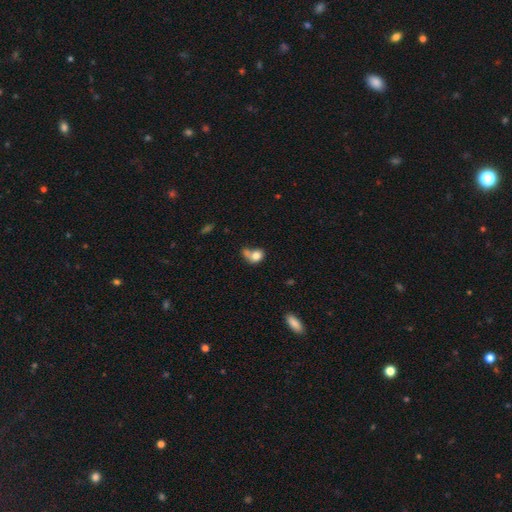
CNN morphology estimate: Smooth or featured? smooth (78%)
How rounded? round (49%, tied with in between)
Merging? merger (40%)